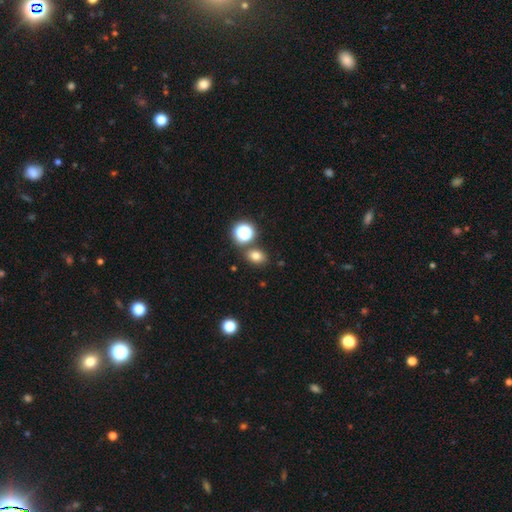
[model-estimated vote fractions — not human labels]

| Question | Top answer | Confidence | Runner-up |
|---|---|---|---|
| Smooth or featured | smooth | 75% | star or artifact (18%) |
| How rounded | in between | 57% | round (41%) |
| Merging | none | 78% | merger (10%) |